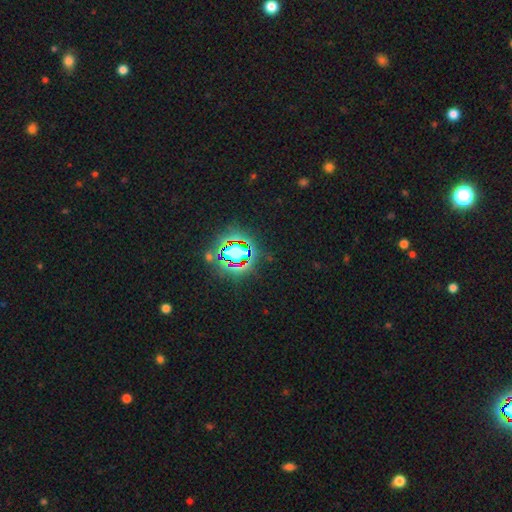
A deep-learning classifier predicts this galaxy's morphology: smooth_or_featured: star or artifact (p=0.83) [alt: smooth p=0.10]